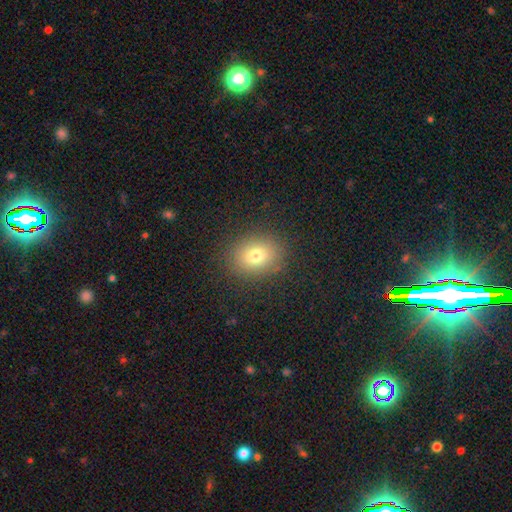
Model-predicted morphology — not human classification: Smooth or featured?
  - smooth: 74% *
  - star or artifact: 15%
  - featured or disk: 10%
How rounded?
  - round: 61% *
  - in between: 38%
  - cigar-shaped: 1%
Merging?
  - none: 87% *
  - minor disturbance: 8%
  - major disturbance: 4%
  - merger: 1%